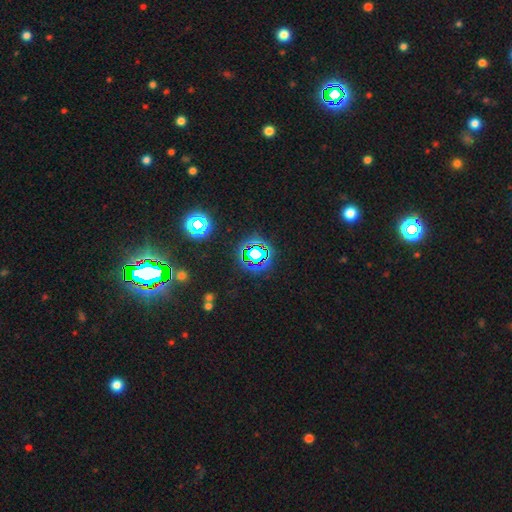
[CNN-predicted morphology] A star or artifact, not a galaxy (73%).

Vote fractions:
- Smooth or featured? star or artifact: 73% / smooth: 15% / featured or disk: 11%